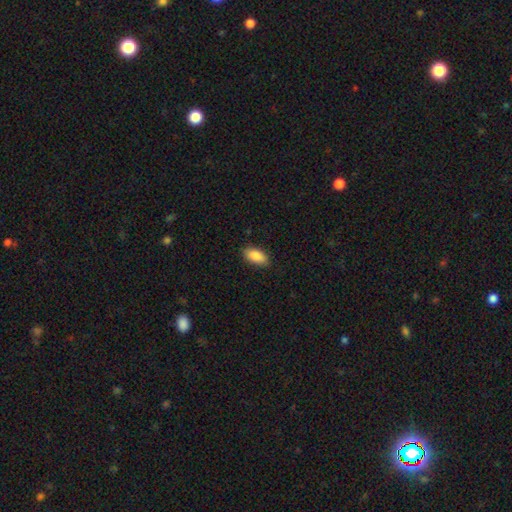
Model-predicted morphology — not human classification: Smooth or featured? Predicted: smooth (p=0.88). How rounded? Predicted: in between (p=0.92). Merging? Predicted: none (p=0.86).